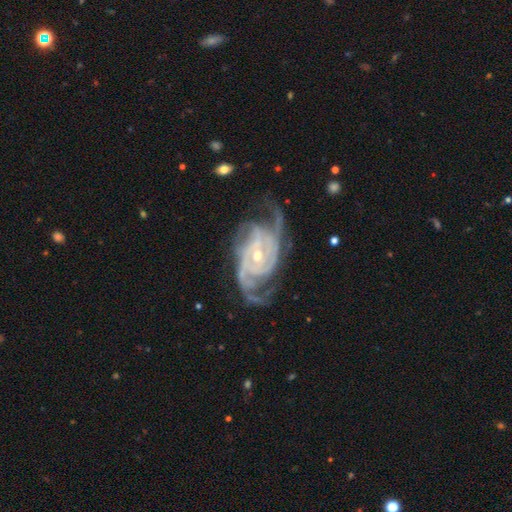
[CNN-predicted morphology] smooth_or_featured: featured or disk (p=0.90) [alt: star or artifact p=0.06]
disk_edge_on: no (p=0.97) [alt: yes p=0.03]
bar: no (p=0.54) [alt: weak p=0.30]
has_spiral_arms: yes (p=0.98) [alt: no p=0.02]
spiral_winding: tight (p=0.58) [alt: medium p=0.35]
spiral_arm_count: 3 (p=0.29) [alt: 2 p=0.27]
bulge_size: small (p=0.68) [alt: moderate p=0.28]
merging: none (p=0.68) [alt: minor disturbance p=0.18]